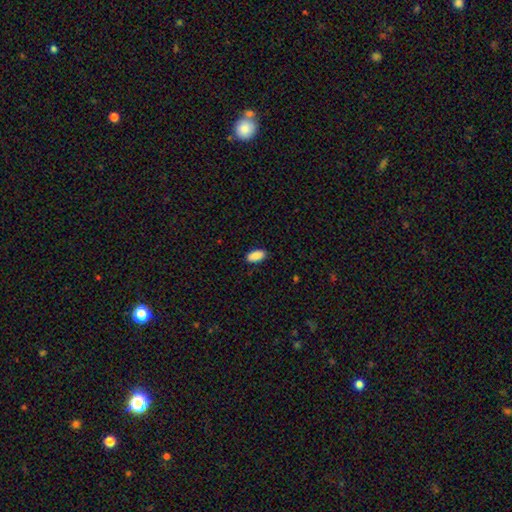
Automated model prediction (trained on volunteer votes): Overall: smooth (90%). How rounded: in between (92%). Merging: none (88%).